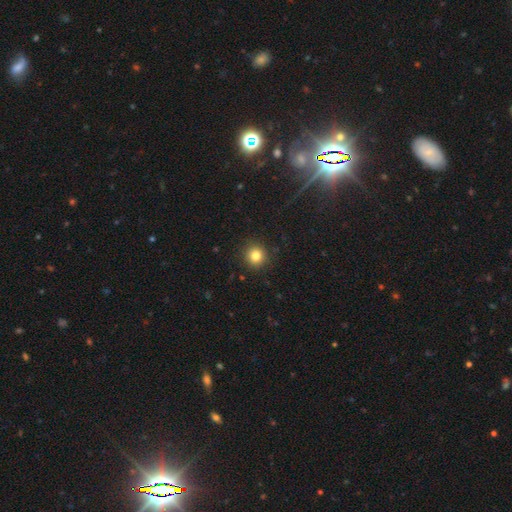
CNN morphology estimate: The model was most divided on "smooth or featured": smooth: 82%, star or artifact: 12%, featured or disk: 6%. More confident: how rounded — round (94%); merging — none (92%).